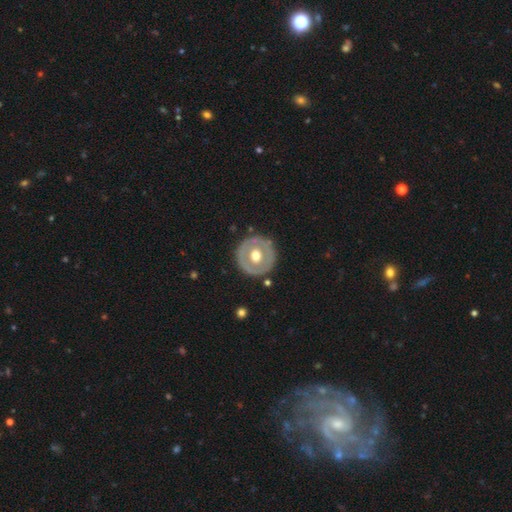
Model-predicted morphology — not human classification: smooth-or-featured: featured or disk: 52% | smooth: 43% | star or artifact: 5%
  disk-edge-on: no: 95% | yes: 5%
  merging: none: 84% | minor disturbance: 10% | major disturbance: 4% | merger: 2%